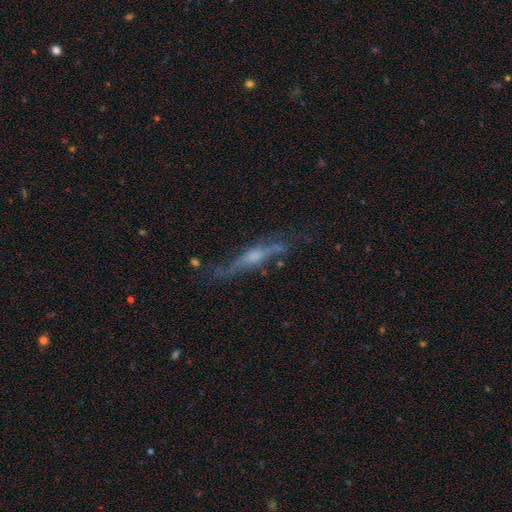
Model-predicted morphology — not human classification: featured or disk 73%, smooth 17%, star or artifact 10%. Down the decision tree: edge-on disk — yes (79%); edge-on bulge — rounded (77%); merging — none (63%).